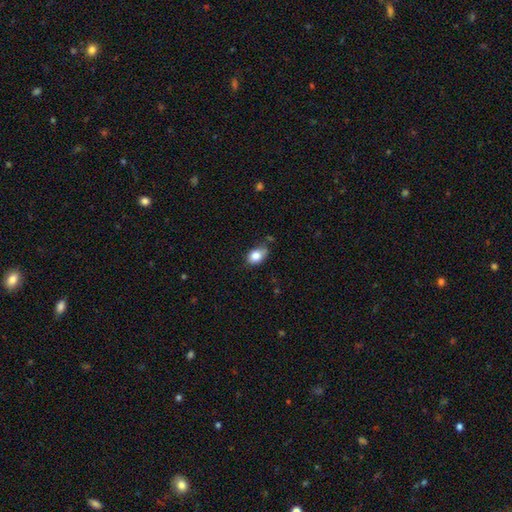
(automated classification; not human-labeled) This is clearly a smooth galaxy (84%). How rounded: clearly in between (82%). Merging: likely none (62%).